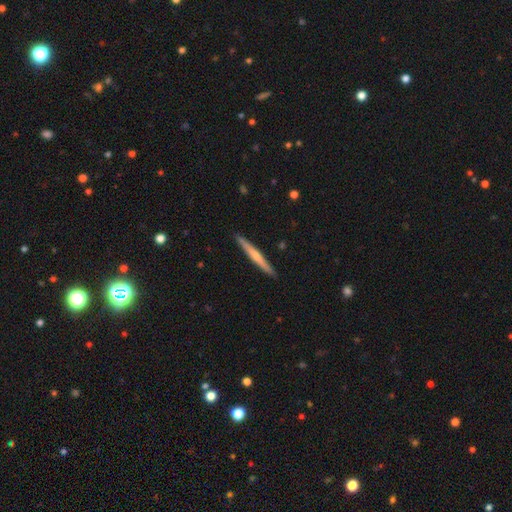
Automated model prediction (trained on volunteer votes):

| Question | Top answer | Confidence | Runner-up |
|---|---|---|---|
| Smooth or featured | featured or disk | 52% | smooth (43%) |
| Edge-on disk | yes | 97% | no (3%) |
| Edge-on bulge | rounded | 58% | none (37%) |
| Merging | none | 91% | minor disturbance (7%) |